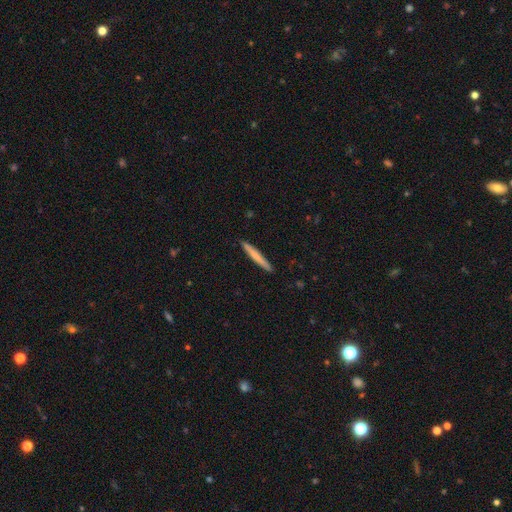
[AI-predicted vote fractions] smooth 64%, featured or disk 30%, star or artifact 5%. Down the decision tree: how rounded — cigar-shaped (96%); merging — none (91%).